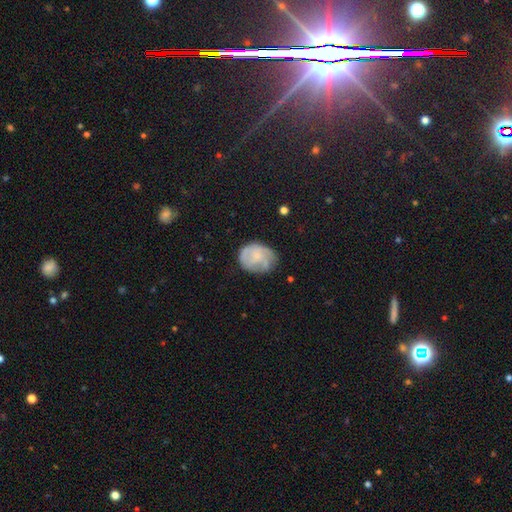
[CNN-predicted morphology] This is possibly a featured or disk galaxy (50%). Merging: likely none (61%).